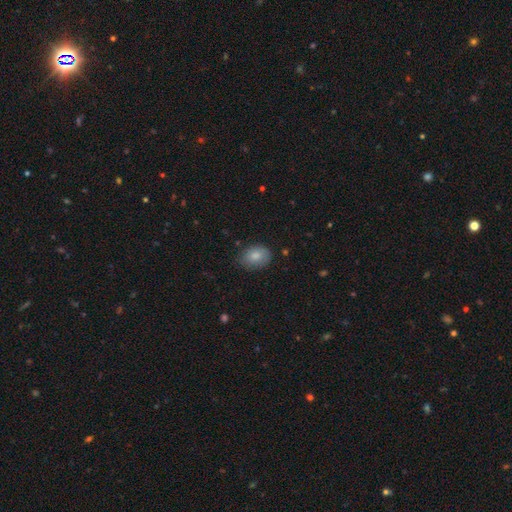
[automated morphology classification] A smooth galaxy with no disk features (83%) that is in between round and cigar-shaped (72%). Merging: none (78%).